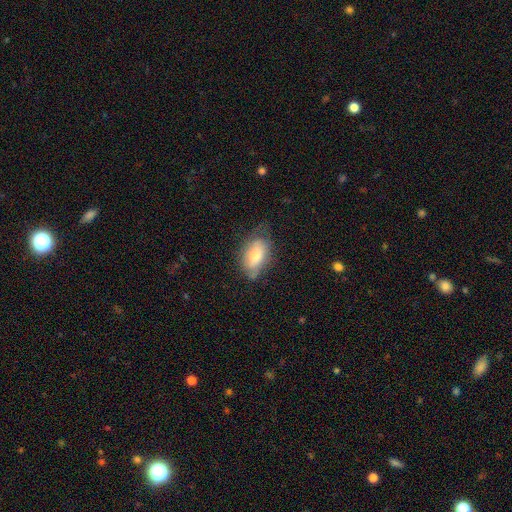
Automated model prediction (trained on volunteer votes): smooth 69%, featured or disk 24%, star or artifact 7%. Down the decision tree: how rounded — in between (91%); merging — none (54%).